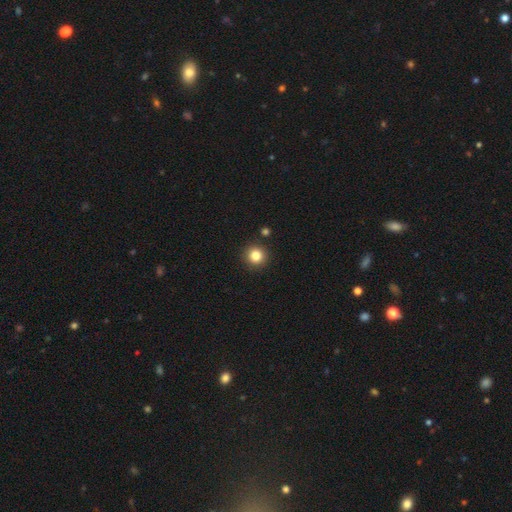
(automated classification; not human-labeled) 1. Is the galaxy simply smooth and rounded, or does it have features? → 83% smooth, 12% star or artifact, 5% featured or disk.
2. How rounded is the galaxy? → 93% round, 6% in between, 1% cigar-shaped.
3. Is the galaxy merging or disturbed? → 89% none, 6% minor disturbance, 3% merger, 2% major disturbance.